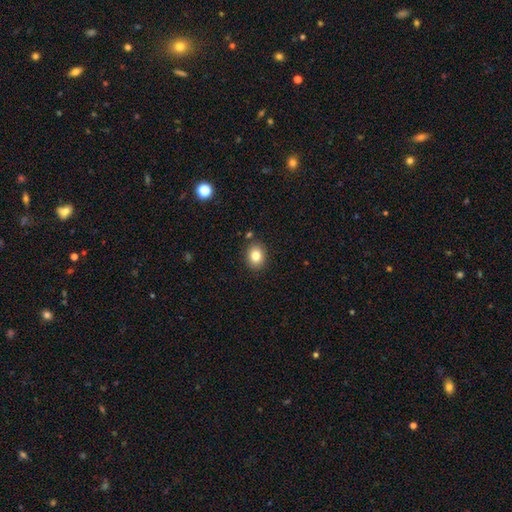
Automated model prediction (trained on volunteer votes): This appears to be a smooth galaxy with no disk features (83%) that is round (53%). Merging: none (87%).